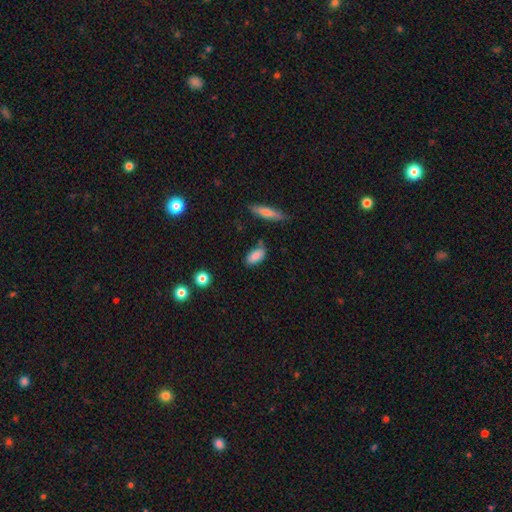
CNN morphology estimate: Smooth or featured?
  - smooth: 84% *
  - featured or disk: 8%
  - star or artifact: 8%
How rounded?
  - in between: 88% *
  - cigar-shaped: 8%
  - round: 4%
Merging?
  - none: 70% *
  - minor disturbance: 21%
  - merger: 5%
  - major disturbance: 4%